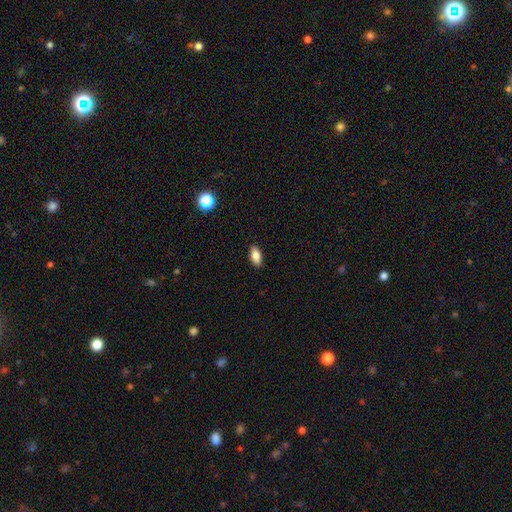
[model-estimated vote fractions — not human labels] smooth_or_featured: smooth (p=0.83) [alt: featured or disk p=0.09]
how_rounded: in between (p=0.88) [alt: cigar-shaped p=0.09]
merging: none (p=0.89) [alt: minor disturbance p=0.08]